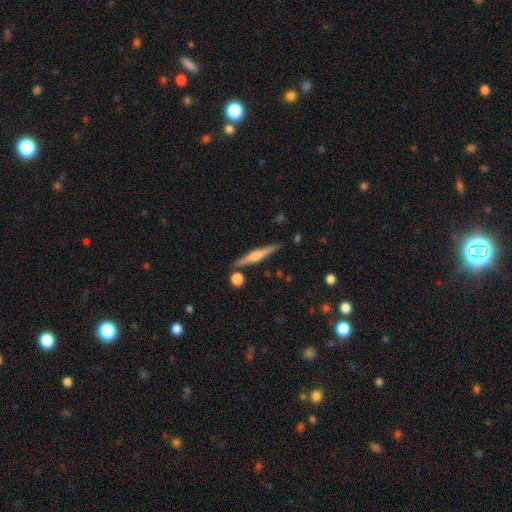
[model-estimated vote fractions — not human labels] Morphology: type=featured or disk (67%); edge-on=yes (98%); edge-on bulge=rounded (76%); merging=none (87%).